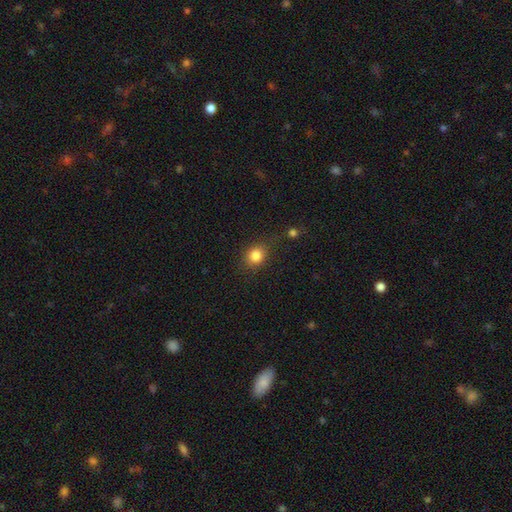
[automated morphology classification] A smooth galaxy with no disk features (83%) that is round (71%).

Vote fractions:
- Smooth or featured? smooth: 83% / star or artifact: 11% / featured or disk: 6%
- How rounded? round: 71% / in between: 28% / cigar-shaped: 1%
- Merging? none: 78% / minor disturbance: 13% / major disturbance: 5% / merger: 5%